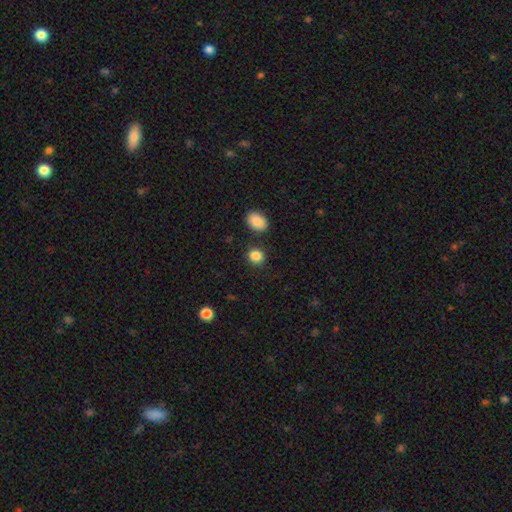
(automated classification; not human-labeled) smooth 87%, star or artifact 10%, featured or disk 4%. Down the decision tree: how rounded — round (71%); merging — none (83%).